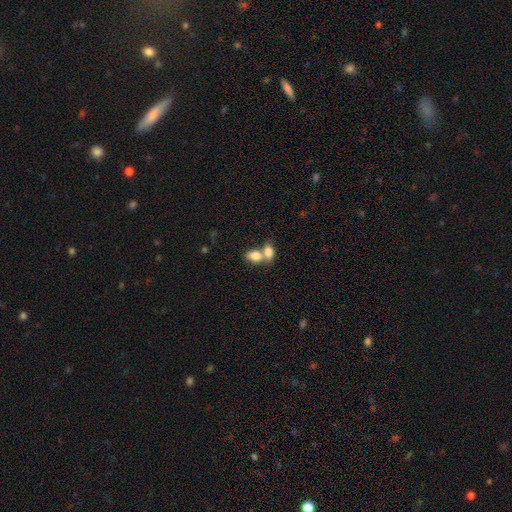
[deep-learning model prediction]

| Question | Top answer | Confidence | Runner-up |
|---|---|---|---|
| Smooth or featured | smooth | 81% | featured or disk (11%) |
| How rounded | in between | 80% | round (18%) |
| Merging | merger | 65% | none (25%) |